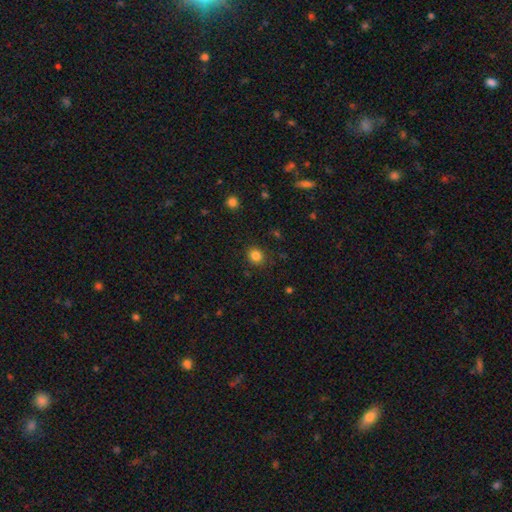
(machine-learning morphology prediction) A smooth galaxy with no disk features (83%) that is round (79%).

Vote fractions:
- Smooth or featured? smooth: 83% / star or artifact: 12% / featured or disk: 5%
- How rounded? round: 79% / in between: 20% / cigar-shaped: 1%
- Merging? none: 86% / minor disturbance: 10% / major disturbance: 3% / merger: 1%